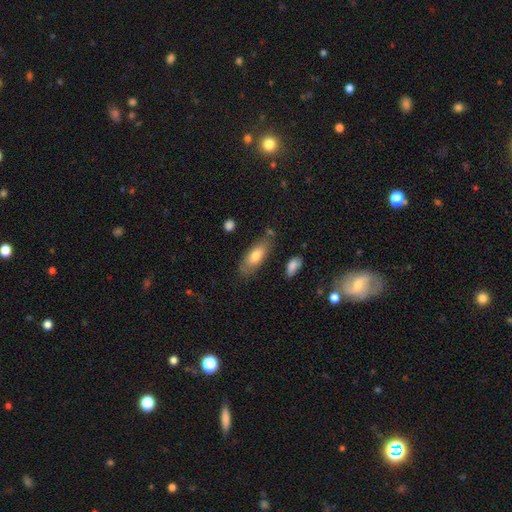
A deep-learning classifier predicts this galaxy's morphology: The model was most divided on "how rounded": in between: 73%, cigar-shaped: 24%, round: 2%. More confident: smooth or featured — smooth (75%); merging — none (72%).